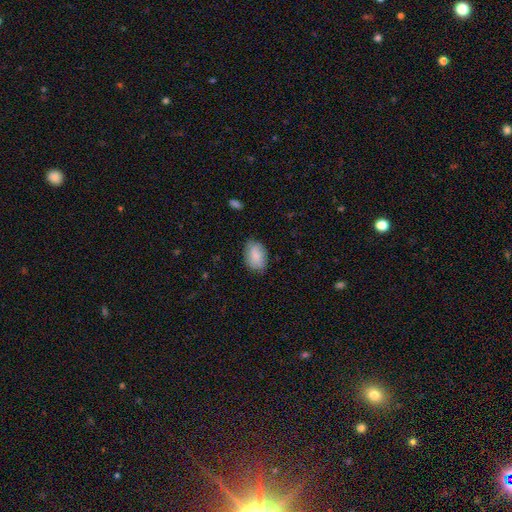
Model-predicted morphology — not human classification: Smooth or featured? smooth (85%)
How rounded? in between (87%)
Merging? none (77%)